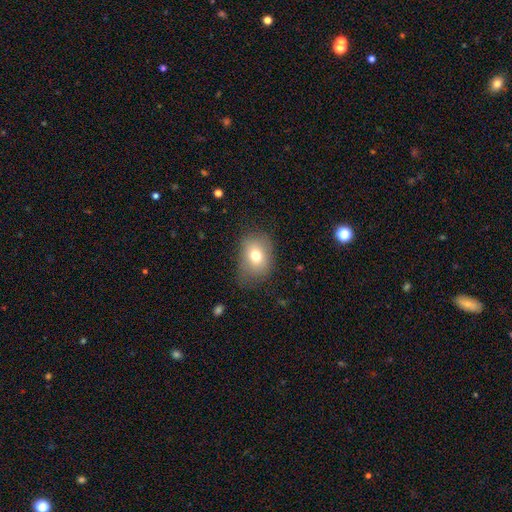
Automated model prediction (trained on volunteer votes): Q: Smooth or featured?
A: smooth (73%); runner-up: featured or disk (15%)
Q: How rounded?
A: in between (64%); runner-up: round (35%)
Q: Merging?
A: none (68%); runner-up: minor disturbance (23%)